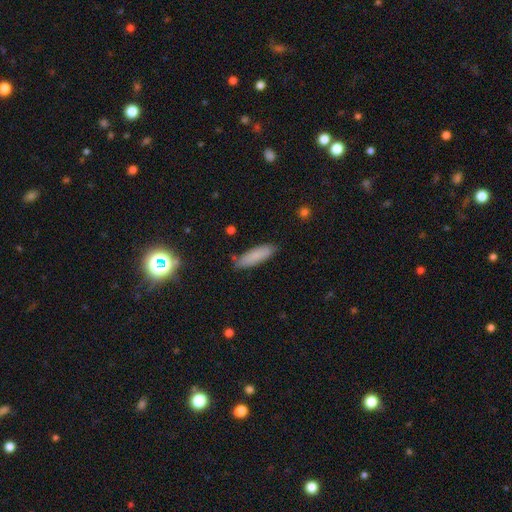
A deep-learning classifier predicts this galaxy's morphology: smooth-or-featured: smooth: 82% | featured or disk: 10% | star or artifact: 8%
  how-rounded: cigar-shaped: 56% | in between: 43% | round: 2%
  merging: none: 83% | minor disturbance: 13% | major disturbance: 2% | merger: 2%